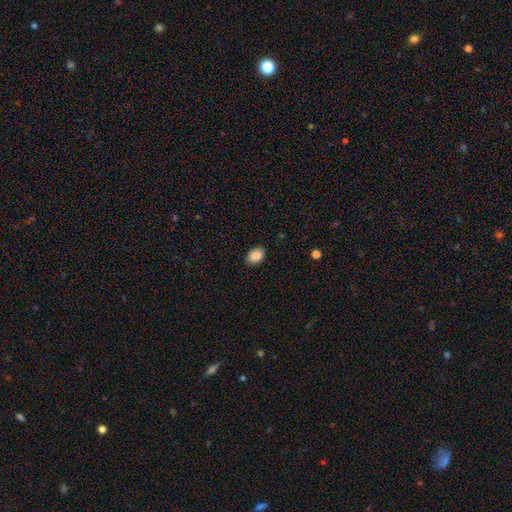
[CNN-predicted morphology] The model was most divided on "how rounded": in between: 83%, round: 16%, cigar-shaped: 1%. More confident: smooth or featured — smooth (87%); merging — none (85%).